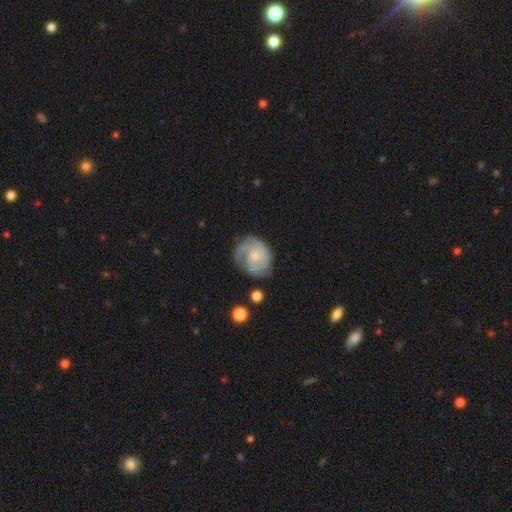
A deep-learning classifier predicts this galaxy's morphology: This is likely a featured or disk galaxy (77%). It is clearly not viewed edge-on (98%). Bar: likely no (67%). Spiral arm pattern: clearly yes (94%). Spiral arm count: marginally 2 (40%). Spiral winding: possibly tight (53%). Central bulge: possibly small (54%). Merging: likely none (62%).